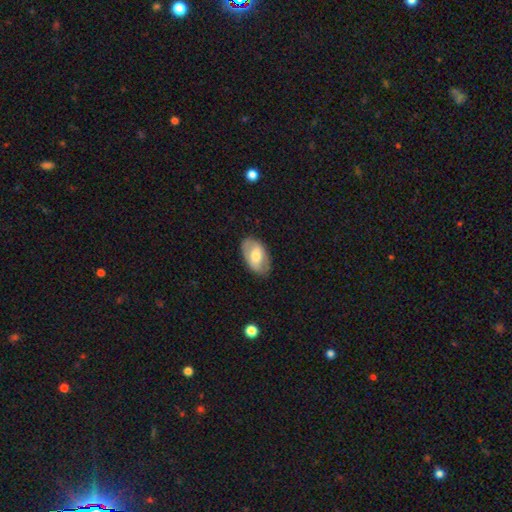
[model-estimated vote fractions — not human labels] Smooth or featured: smooth — 53% (featured or disk — 41%)
How rounded: in between — 92% (round — 6%)
Merging: none — 81% (minor disturbance — 14%)